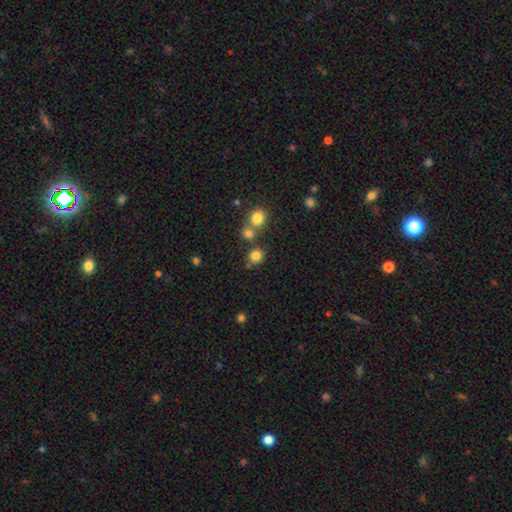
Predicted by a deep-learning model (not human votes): Smooth or featured? Predicted: smooth (p=0.80). How rounded? Predicted: round (p=0.85). Merging? Predicted: none (p=0.69).